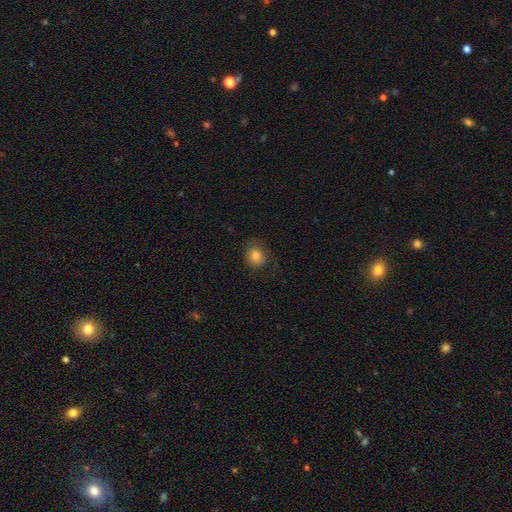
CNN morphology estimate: Overall: smooth (80%). How rounded: round (72%). Merging: none (75%).